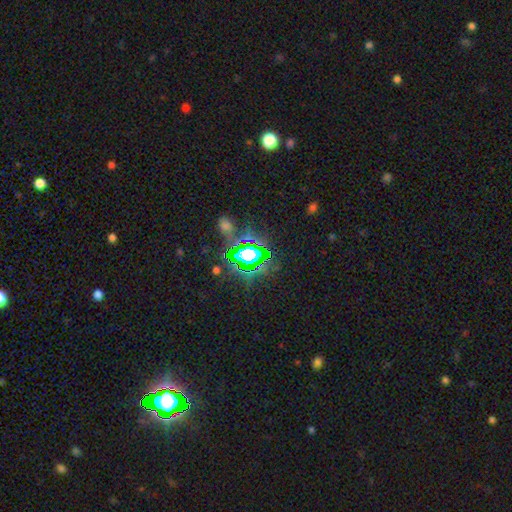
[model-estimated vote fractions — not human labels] This is likely a star or artifact rather than a galaxy (68%).